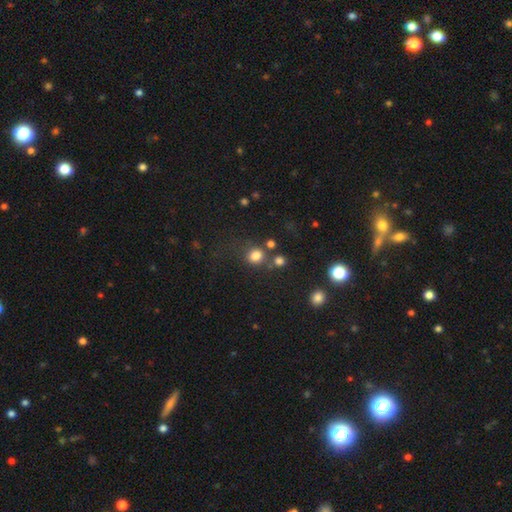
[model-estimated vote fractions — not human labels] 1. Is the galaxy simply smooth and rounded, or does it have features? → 78% smooth, 15% star or artifact, 7% featured or disk.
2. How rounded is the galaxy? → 79% round, 20% in between, 1% cigar-shaped.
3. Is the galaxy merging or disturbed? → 65% none, 16% merger, 12% minor disturbance, 6% major disturbance.